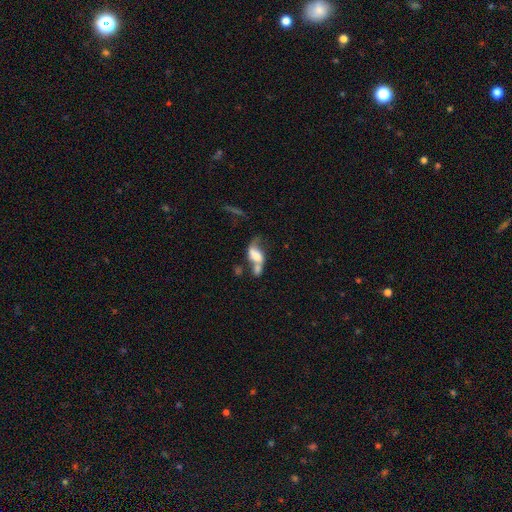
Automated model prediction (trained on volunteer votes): The model was most divided on "smooth or featured": smooth: 45%, featured or disk: 43%, star or artifact: 11%. More confident: merging — merger (56%).